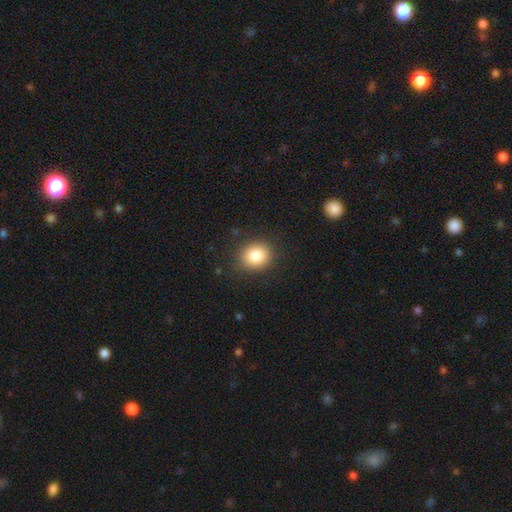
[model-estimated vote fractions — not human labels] smooth 85%, star or artifact 9%, featured or disk 6%. Down the decision tree: how rounded — round (71%); merging — none (87%).